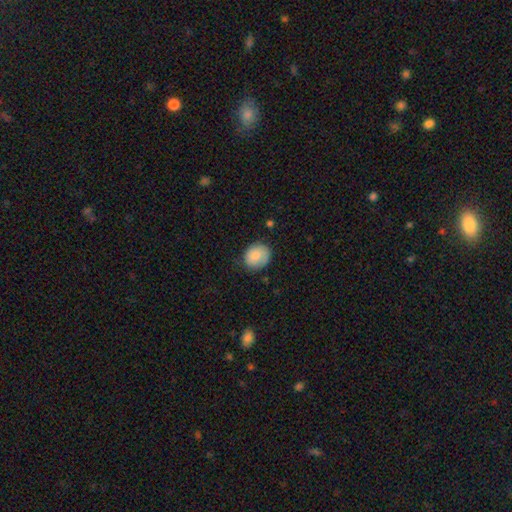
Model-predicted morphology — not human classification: A smooth galaxy with no disk features (81%) that is round (65%).

Vote fractions:
- Smooth or featured? smooth: 81% / featured or disk: 12% / star or artifact: 7%
- How rounded? round: 65% / in between: 34% / cigar-shaped: 1%
- Merging? none: 72% / minor disturbance: 21% / major disturbance: 6% / merger: 1%